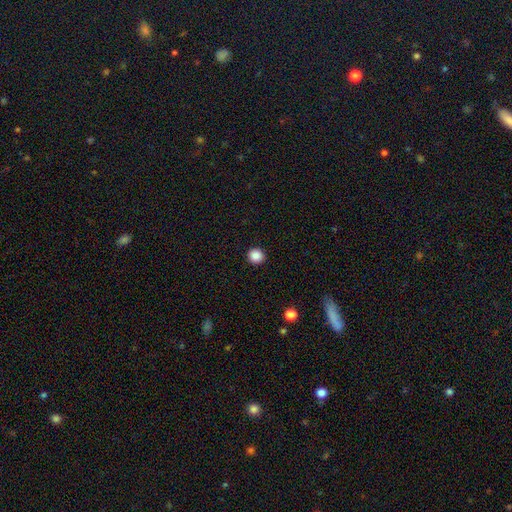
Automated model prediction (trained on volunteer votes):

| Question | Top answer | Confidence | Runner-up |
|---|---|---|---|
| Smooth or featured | smooth | 86% | star or artifact (10%) |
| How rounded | round | 92% | in between (7%) |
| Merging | none | 93% | minor disturbance (4%) |